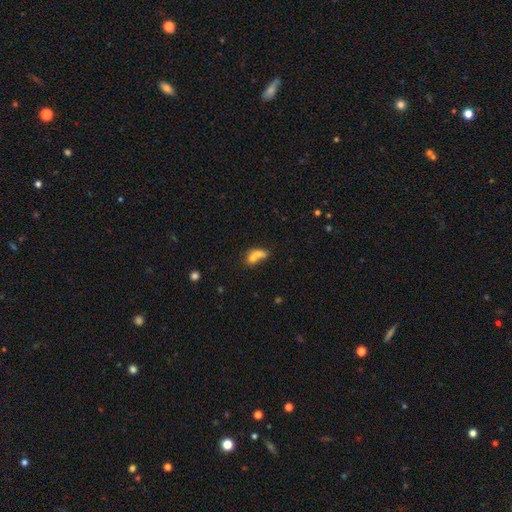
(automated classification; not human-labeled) smooth 66%, featured or disk 23%, star or artifact 11%. Down the decision tree: how rounded — in between (61%); merging — merger (67%).